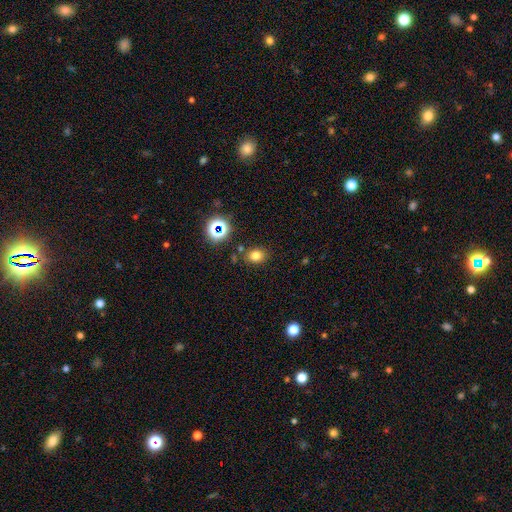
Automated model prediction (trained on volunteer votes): This appears to be a smooth galaxy with no disk features (76%) that is in between round and cigar-shaped (50%). Merging: none (81%).